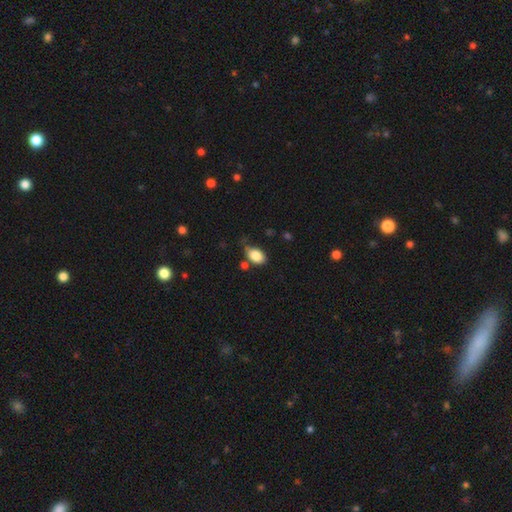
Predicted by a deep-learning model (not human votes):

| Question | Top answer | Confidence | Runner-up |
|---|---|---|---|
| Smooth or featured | smooth | 85% | star or artifact (8%) |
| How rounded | in between | 84% | round (15%) |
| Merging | none | 56% | minor disturbance (28%) |